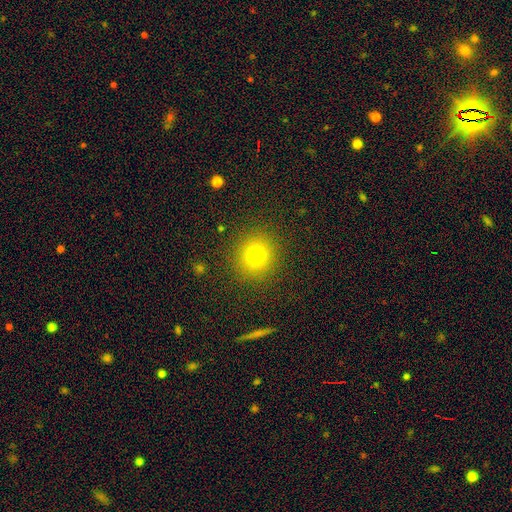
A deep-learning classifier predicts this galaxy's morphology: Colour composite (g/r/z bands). It shows a smooth galaxy with no disk features (76%) that is round (91%). Merging: none (89%).